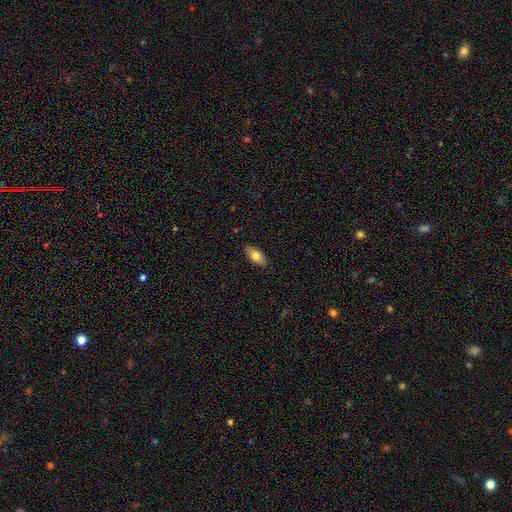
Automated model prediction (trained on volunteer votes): Smooth or featured?
  - smooth: 77% *
  - featured or disk: 16%
  - star or artifact: 7%
How rounded?
  - in between: 91% *
  - cigar-shaped: 6%
  - round: 3%
Merging?
  - none: 88% *
  - minor disturbance: 10%
  - major disturbance: 2%
  - merger: 1%